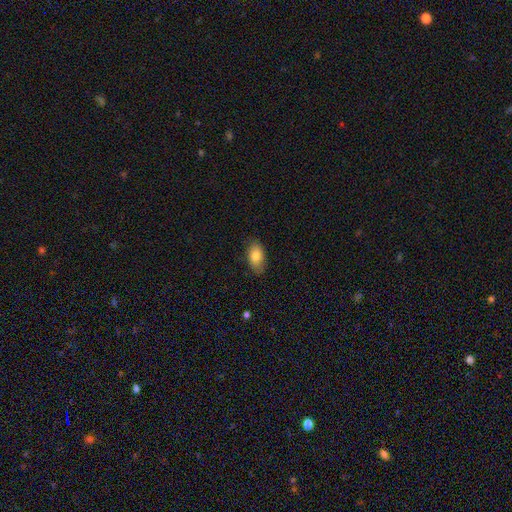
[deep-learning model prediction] Morphology: type=smooth (82%); roundness=in between (92%); merging=none (83%).